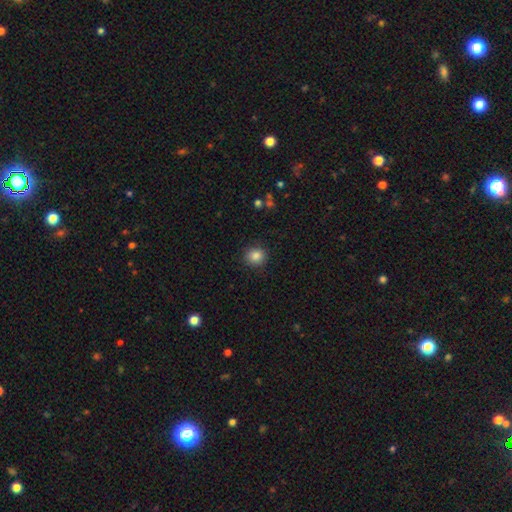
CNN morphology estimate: This is clearly a smooth galaxy (85%). How rounded: clearly round (87%). Merging: clearly none (89%).